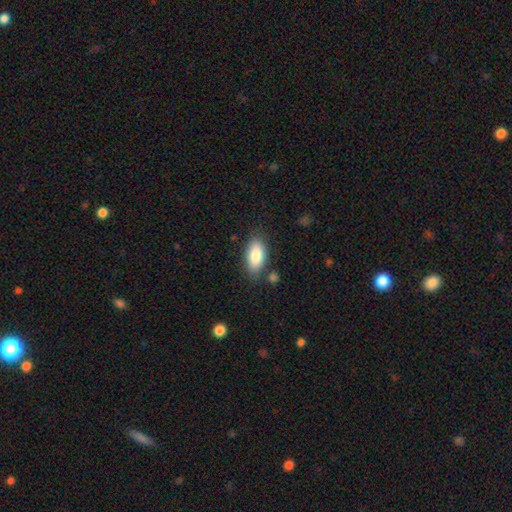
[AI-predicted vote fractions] A smooth galaxy with no disk features (84%) that is in between round and cigar-shaped (89%).

Vote fractions:
- Smooth or featured? smooth: 84% / featured or disk: 9% / star or artifact: 6%
- How rounded? in between: 89% / cigar-shaped: 8% / round: 3%
- Merging? none: 77% / minor disturbance: 15% / merger: 4% / major disturbance: 4%